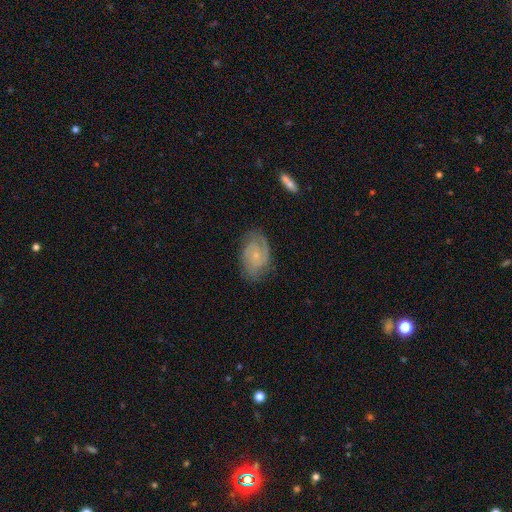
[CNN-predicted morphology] Smooth or featured?
  - featured or disk: 80% *
  - smooth: 14%
  - star or artifact: 6%
Edge-on disk?
  - no: 97% *
  - yes: 3%
Bar?
  - no: 65% *
  - weak: 30%
  - strong: 5%
Spiral arms?
  - yes: 95% *
  - no: 5%
Spiral winding?
  - tight: 51% *
  - medium: 39%
  - loose: 10%
Spiral arm count?
  - 2: 66% *
  - can't tell: 14%
  - 3: 10%
  - 1: 4%
  - 4: 3%
  - more than 4: 2%
Bulge size?
  - small: 73% *
  - moderate: 19%
  - none: 6%
  - large: 1%
  - dominant: 1%
Merging?
  - none: 75% *
  - minor disturbance: 18%
  - major disturbance: 6%
  - merger: 1%